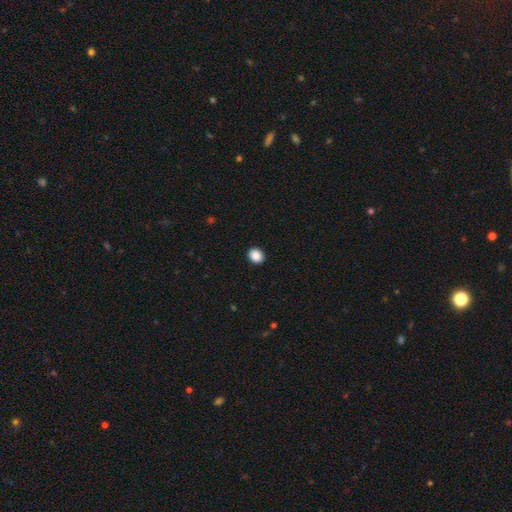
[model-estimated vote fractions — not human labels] Overall: smooth (89%). How rounded: round (66%; in between 33%). Merging: none (92%).